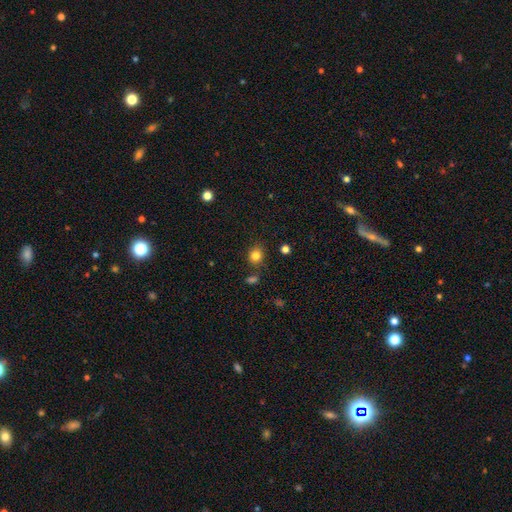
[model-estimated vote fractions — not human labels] Overall: smooth (83%). How rounded: round (80%). Merging: none (81%).